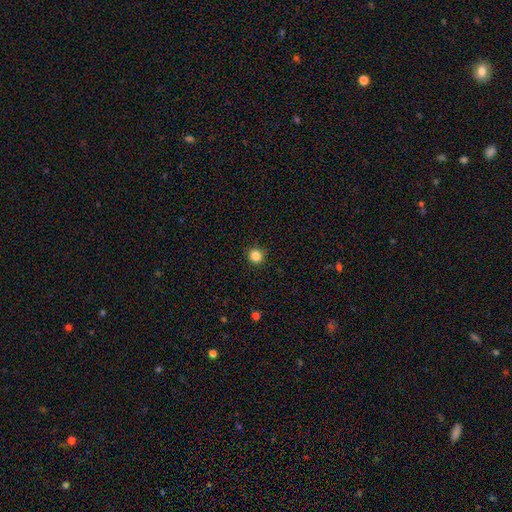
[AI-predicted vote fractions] smooth 85%, star or artifact 12%, featured or disk 3%. Down the decision tree: how rounded — round (95%); merging — none (92%).